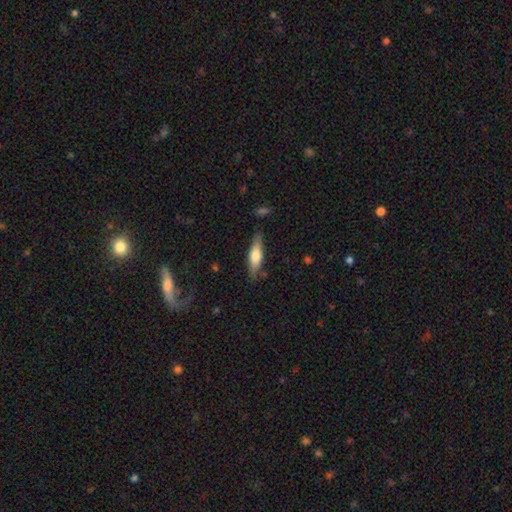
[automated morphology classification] Smooth or featured: smooth — 58% (featured or disk — 36%)
How rounded: cigar-shaped — 62% (in between — 36%)
Merging: none — 82% (minor disturbance — 13%)